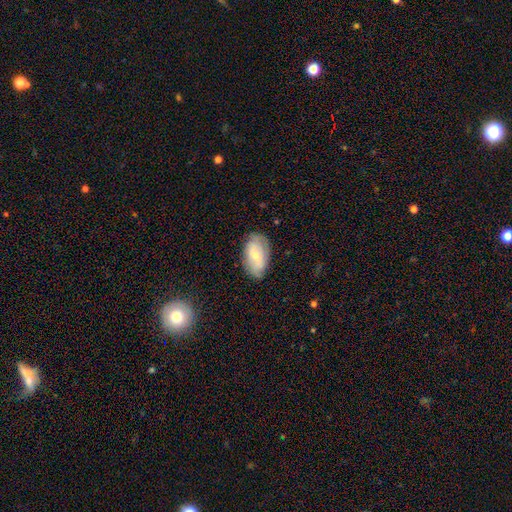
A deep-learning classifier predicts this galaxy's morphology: Smooth or featured?
  - smooth: 53% *
  - featured or disk: 40%
  - star or artifact: 7%
How rounded?
  - in between: 92% *
  - round: 5%
  - cigar-shaped: 3%
Merging?
  - none: 76% *
  - minor disturbance: 18%
  - major disturbance: 4%
  - merger: 1%